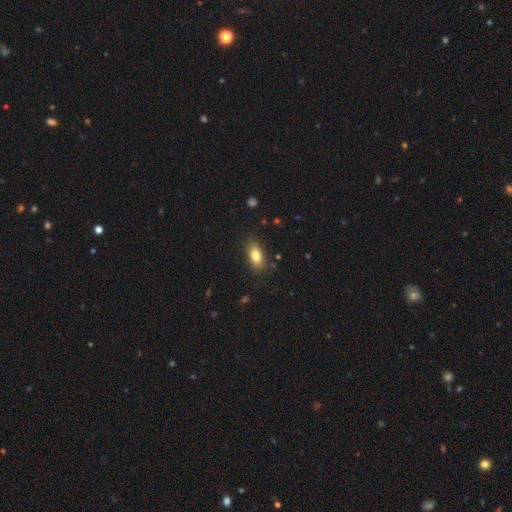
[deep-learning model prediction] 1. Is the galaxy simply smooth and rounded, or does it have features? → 80% smooth, 11% featured or disk, 8% star or artifact.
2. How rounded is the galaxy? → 86% in between, 7% cigar-shaped, 7% round.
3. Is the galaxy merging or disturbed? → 84% none, 12% minor disturbance, 3% major disturbance, 1% merger.